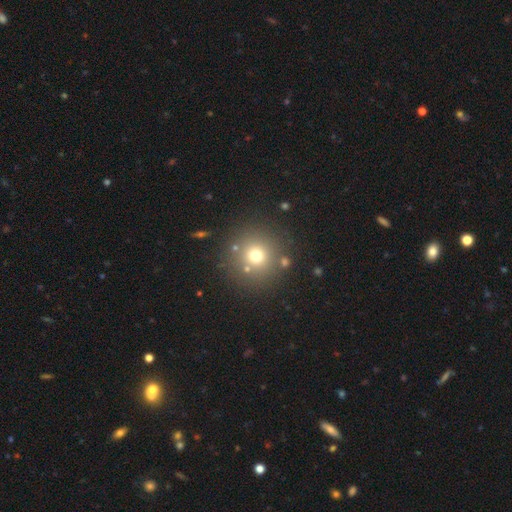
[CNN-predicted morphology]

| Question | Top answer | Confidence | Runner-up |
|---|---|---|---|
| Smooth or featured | smooth | 70% | star or artifact (18%) |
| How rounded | round | 95% | in between (4%) |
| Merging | none | 83% | minor disturbance (7%) |